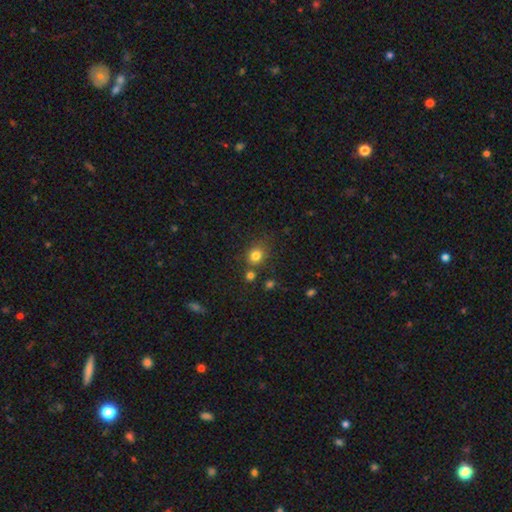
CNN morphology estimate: A smooth galaxy with no disk features (80%) that is round (69%). Merging: none (68%).